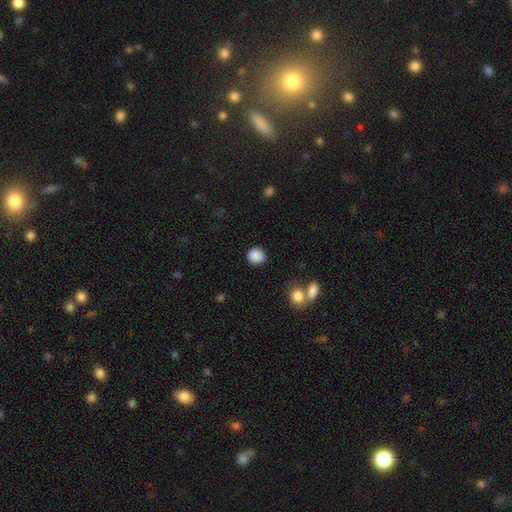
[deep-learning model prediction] This is clearly a smooth galaxy (88%). How rounded: clearly round (84%). Merging: clearly none (85%).